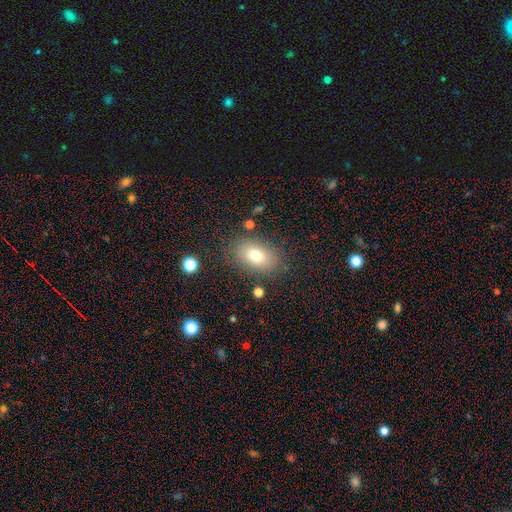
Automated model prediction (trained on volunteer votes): smooth_or_featured: smooth (p=0.76) [alt: featured or disk p=0.13]
how_rounded: in between (p=0.85) [alt: round p=0.13]
merging: none (p=0.82) [alt: minor disturbance p=0.12]